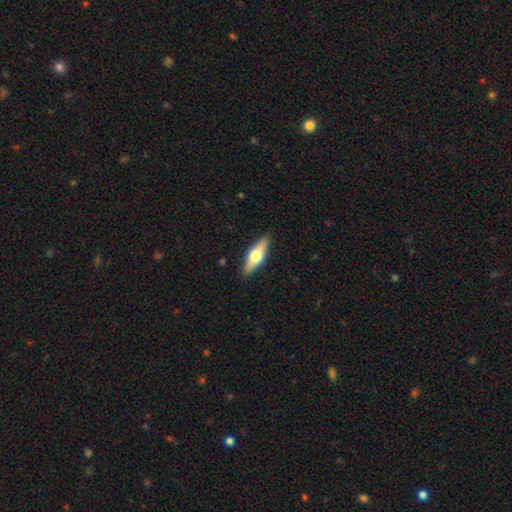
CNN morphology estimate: featured or disk 48%, smooth 47%, star or artifact 6%. Down the decision tree: merging — none (89%).